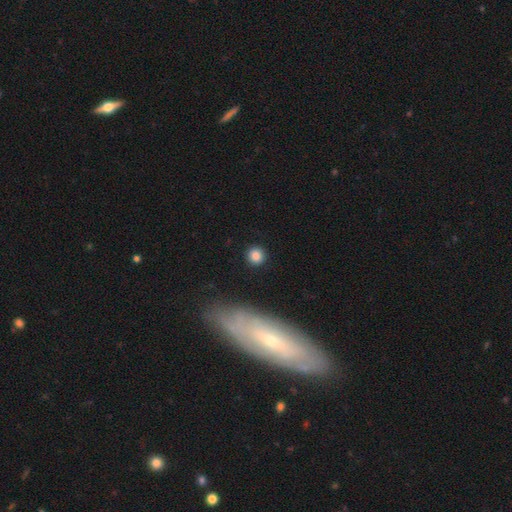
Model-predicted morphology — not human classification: type=smooth (84%); roundness=round (93%); merging=none (91%).